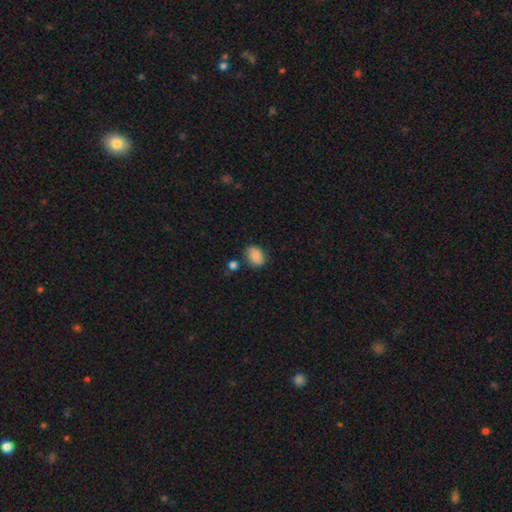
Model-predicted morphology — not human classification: This appears to be a smooth galaxy with no disk features (82%) that is in between round and cigar-shaped (64%). Merging: none (74%).